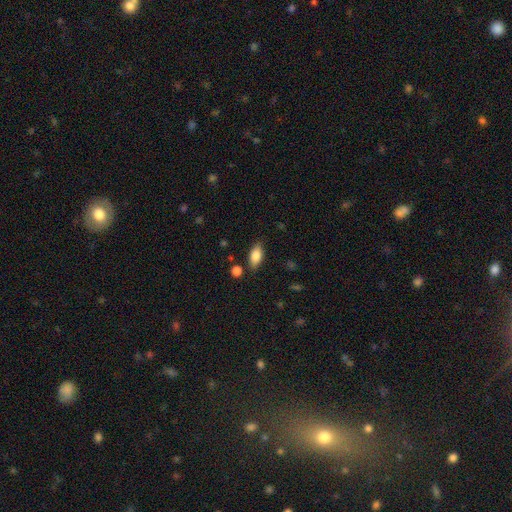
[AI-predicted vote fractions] This is clearly a smooth galaxy (83%). How rounded: clearly in between (87%). Merging: clearly none (83%).